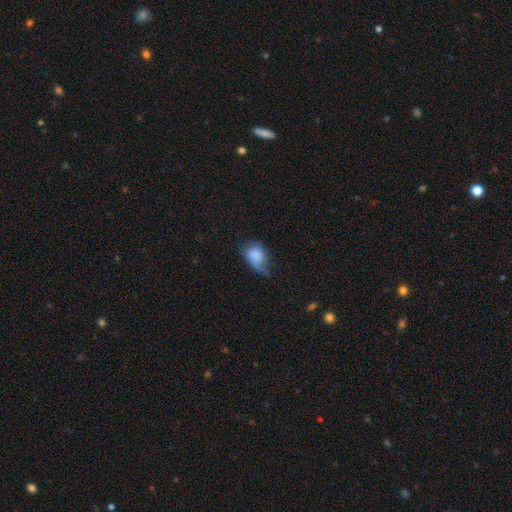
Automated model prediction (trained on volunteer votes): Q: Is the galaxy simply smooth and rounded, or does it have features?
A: smooth — 75%.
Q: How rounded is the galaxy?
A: in between — 69%.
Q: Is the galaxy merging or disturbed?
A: minor disturbance — 39%.